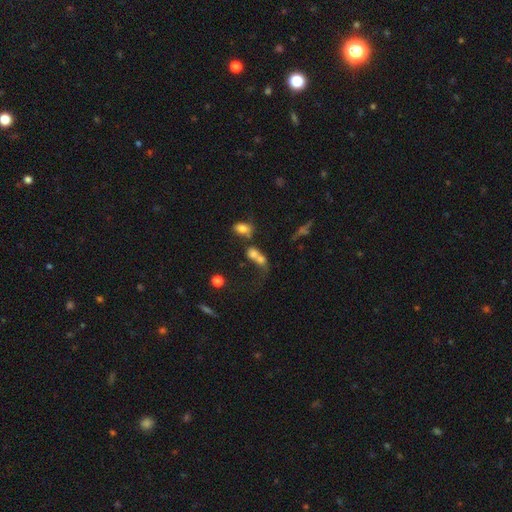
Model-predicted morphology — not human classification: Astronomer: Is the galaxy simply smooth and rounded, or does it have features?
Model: smooth — 64%.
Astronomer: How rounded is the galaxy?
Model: in between — 49% (runner-up: round, 48%).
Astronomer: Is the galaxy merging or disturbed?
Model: merger — 59%.